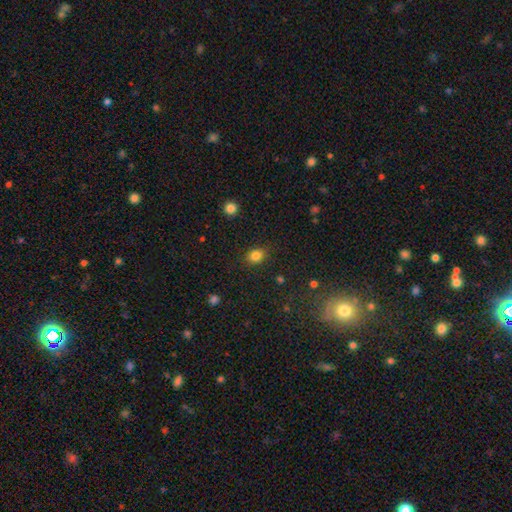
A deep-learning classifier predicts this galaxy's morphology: smooth-or-featured: smooth: 83% | star or artifact: 12% | featured or disk: 5%
  how-rounded: round: 50% | in between: 49% | cigar-shaped: 1%
  merging: none: 83% | minor disturbance: 12% | major disturbance: 3% | merger: 2%